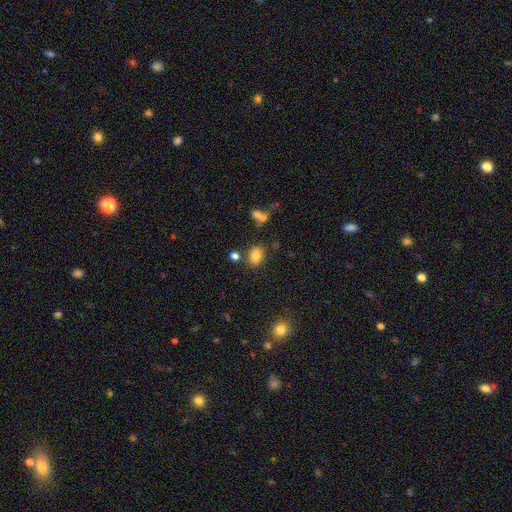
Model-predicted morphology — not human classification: smooth 79%, star or artifact 12%, featured or disk 9%. Down the decision tree: how rounded — in between (60%); merging — none (74%).